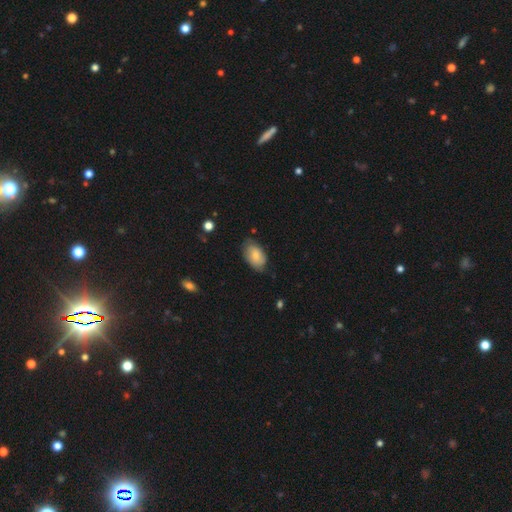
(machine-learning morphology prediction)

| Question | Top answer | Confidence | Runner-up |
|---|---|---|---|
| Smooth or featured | smooth | 74% | featured or disk (20%) |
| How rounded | in between | 91% | round (7%) |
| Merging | none | 67% | minor disturbance (27%) |